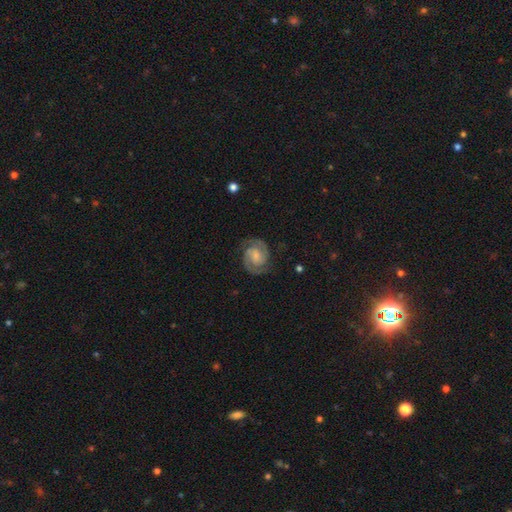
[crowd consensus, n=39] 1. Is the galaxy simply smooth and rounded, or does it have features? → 97% featured or disk, 3% star or artifact, 0% smooth.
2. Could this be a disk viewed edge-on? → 100% no, 0% yes.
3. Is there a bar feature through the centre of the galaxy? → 58% weak, 26% no, 16% strong.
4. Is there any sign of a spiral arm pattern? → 97% yes, 3% no.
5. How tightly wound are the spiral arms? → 54% medium, 43% tight, 3% loose.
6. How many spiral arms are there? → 100% 2, 0% 1, 0% 3, 0% 4, 0% more than 4, 0% can't tell.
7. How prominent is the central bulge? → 55% small, 34% moderate, 11% none, 0% dominant, 0% large.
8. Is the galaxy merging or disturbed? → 95% none, 5% minor disturbance, 0% major disturbance, 0% merger.